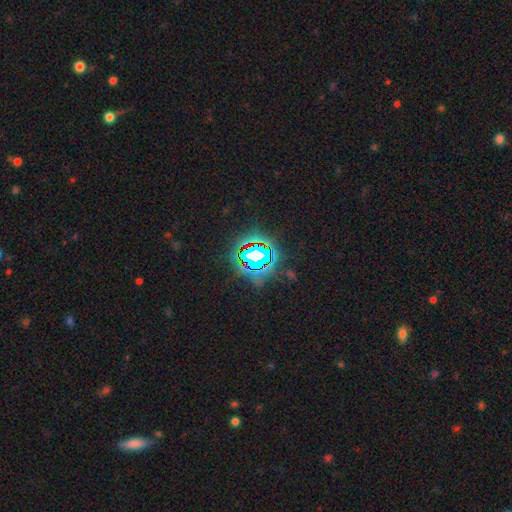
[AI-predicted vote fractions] A star or artifact, not a galaxy (73%).